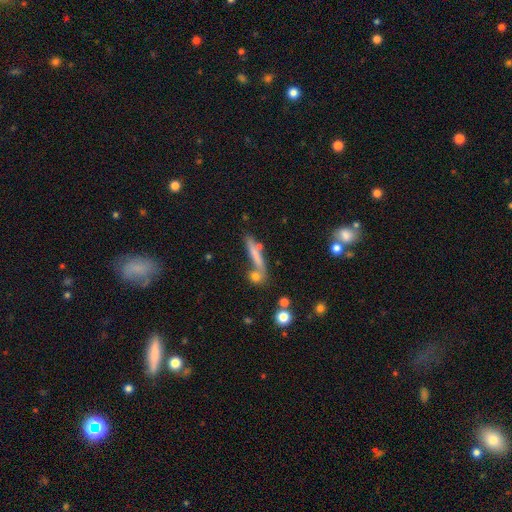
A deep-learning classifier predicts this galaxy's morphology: Overall: smooth (64%; featured or disk 27%). How rounded: cigar-shaped (87%). Merging: none (60%).